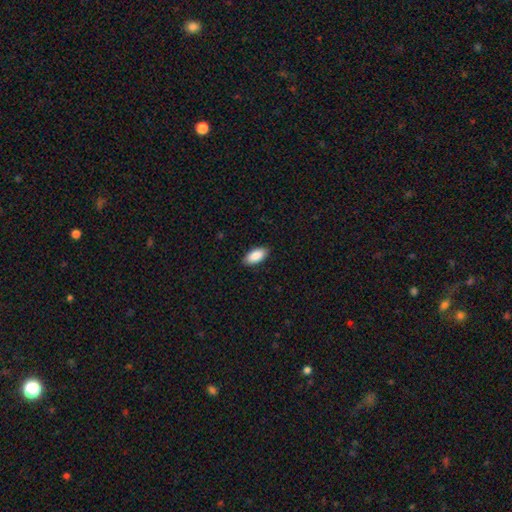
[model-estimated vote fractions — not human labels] smooth-or-featured: smooth: 90% | star or artifact: 6% | featured or disk: 5%
  how-rounded: in between: 92% | cigar-shaped: 6% | round: 2%
  merging: none: 89% | minor disturbance: 9% | major disturbance: 2% | merger: 1%